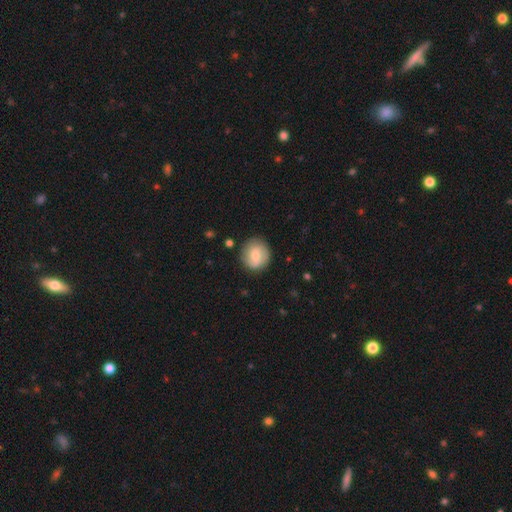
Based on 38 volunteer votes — A smooth galaxy with no disk features (63%) that is round (79%). Merging: none (78%).